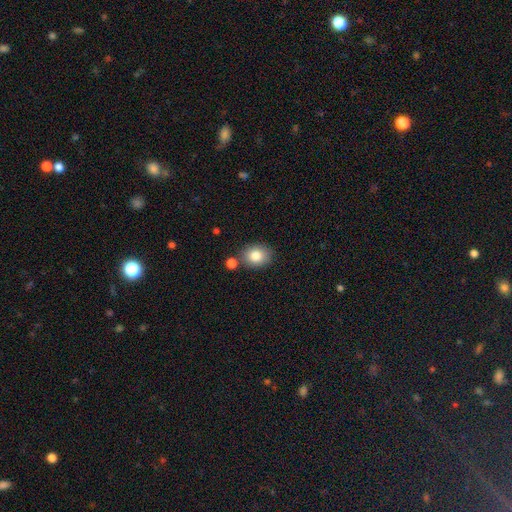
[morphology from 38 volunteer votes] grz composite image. It shows a smooth galaxy with no disk features (87%) that is round (55%). Merging: none (94%).